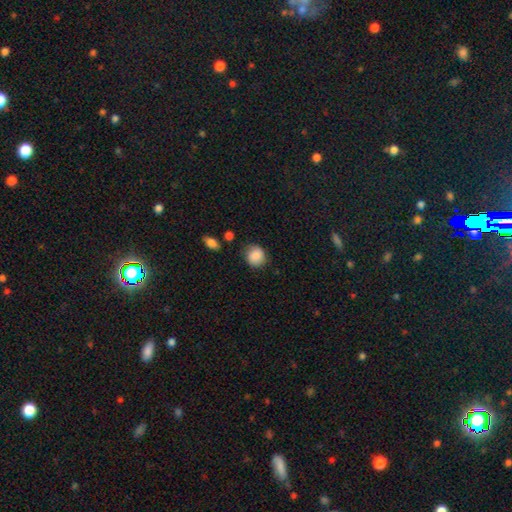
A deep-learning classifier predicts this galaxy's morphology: A smooth galaxy with no disk features (87%) that is round (81%). Merging: none (79%).